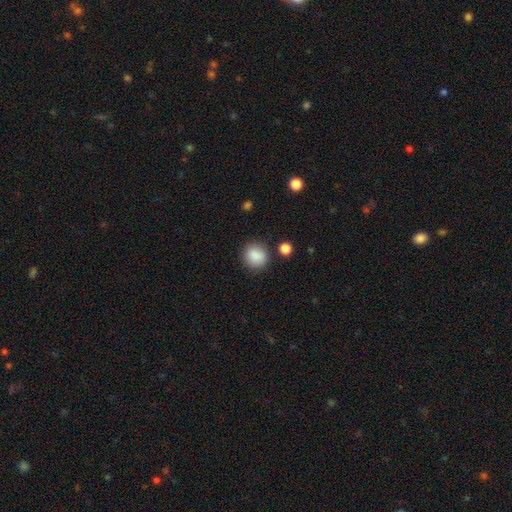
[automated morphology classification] Smooth or featured? smooth (87%)
How rounded? round (81%)
Merging? none (82%)